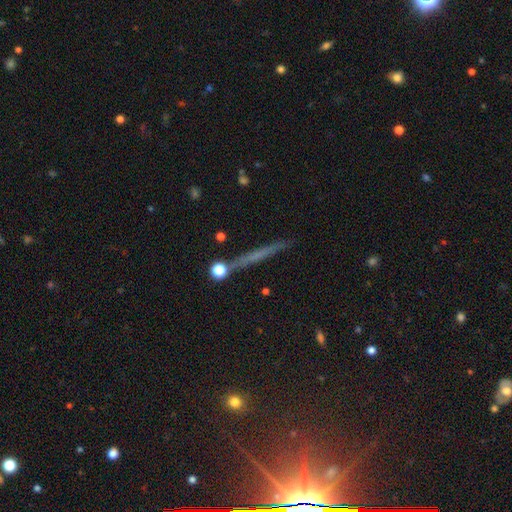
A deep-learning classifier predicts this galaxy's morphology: Q: Smooth or featured?
A: featured or disk (45%); runner-up: smooth (41%)
Q: Merging?
A: none (87%); runner-up: minor disturbance (8%)